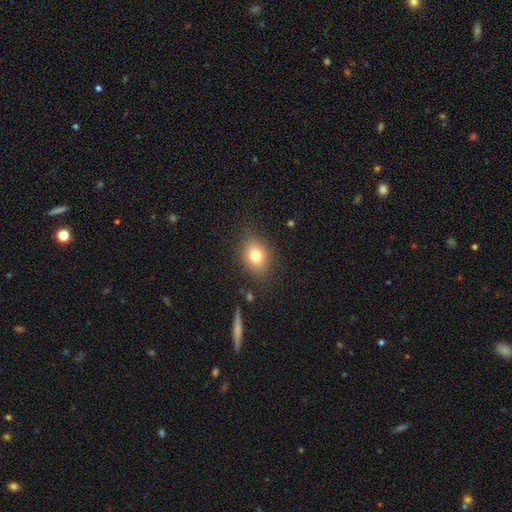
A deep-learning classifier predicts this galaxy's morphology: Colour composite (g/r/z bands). It shows a smooth galaxy with no disk features (76%) that is in between round and cigar-shaped (54%). Merging: none (82%).